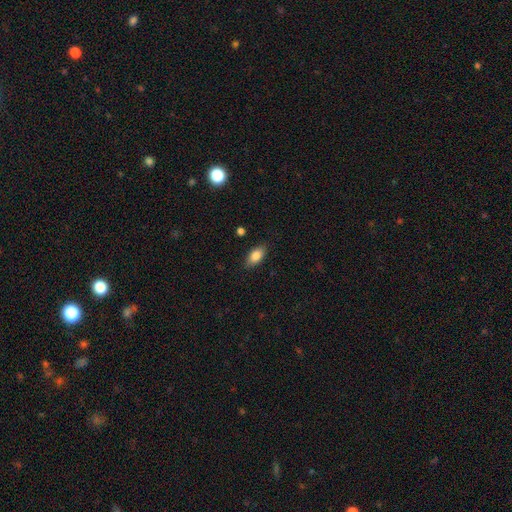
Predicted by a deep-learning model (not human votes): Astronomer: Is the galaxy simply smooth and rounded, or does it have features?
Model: smooth — 85%.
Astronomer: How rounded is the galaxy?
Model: in between — 90%.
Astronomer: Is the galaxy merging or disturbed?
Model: none — 85%.